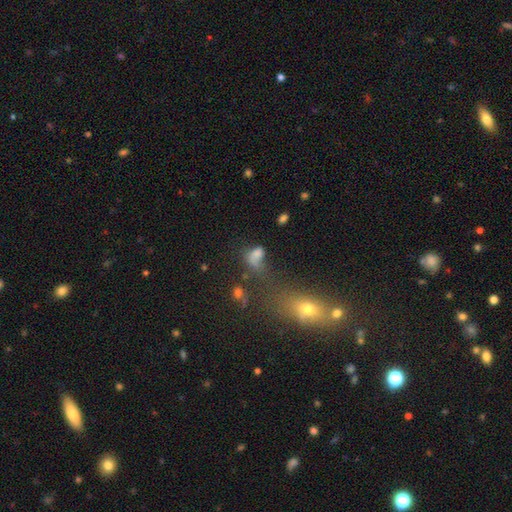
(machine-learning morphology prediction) smooth-or-featured: smooth: 68% | star or artifact: 16% | featured or disk: 16%
  how-rounded: in between: 77% | round: 19% | cigar-shaped: 3%
  merging: major disturbance: 31% | none: 25% | merger: 25% | minor disturbance: 19%